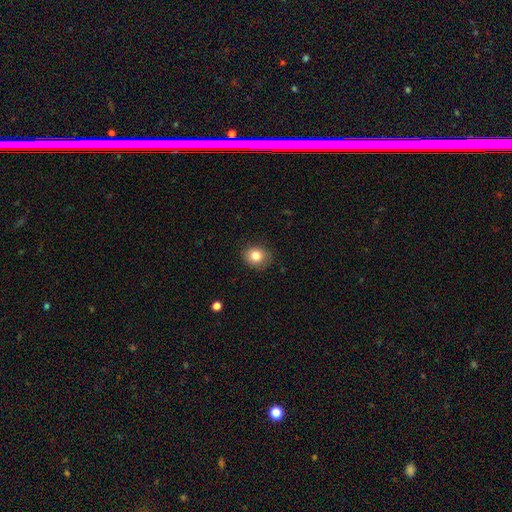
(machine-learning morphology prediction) Smooth or featured: smooth — 83% (star or artifact — 10%)
How rounded: round — 66% (in between — 33%)
Merging: none — 84% (minor disturbance — 12%)